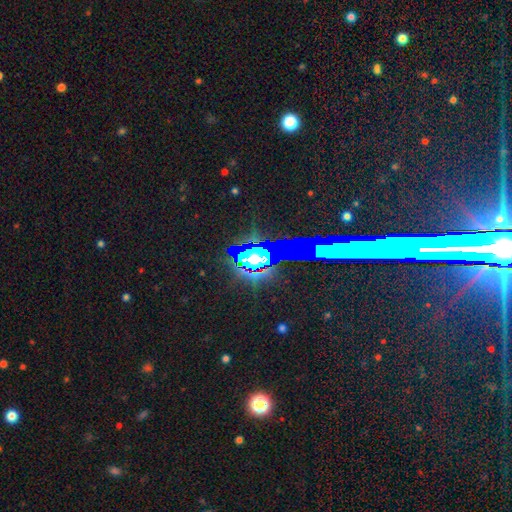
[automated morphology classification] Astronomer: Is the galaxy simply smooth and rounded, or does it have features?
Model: star or artifact — 73%.